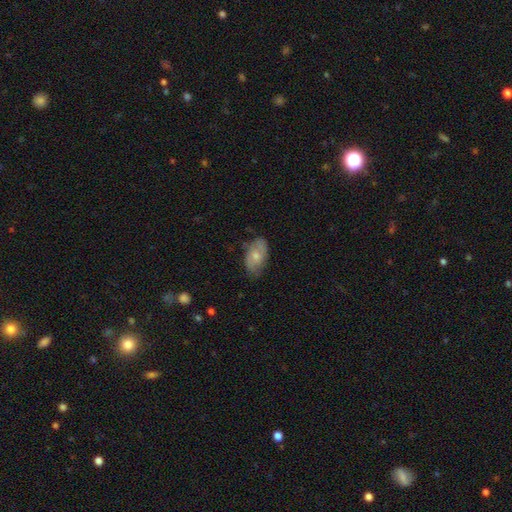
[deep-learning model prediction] Morphology: type=smooth (61%); roundness=in between (91%); merging=none (65%).